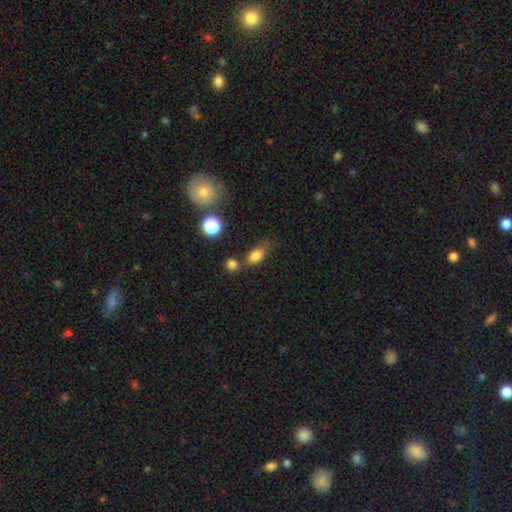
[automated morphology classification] smooth 79%, star or artifact 12%, featured or disk 9%. Down the decision tree: how rounded — in between (76%); merging — none (51%).